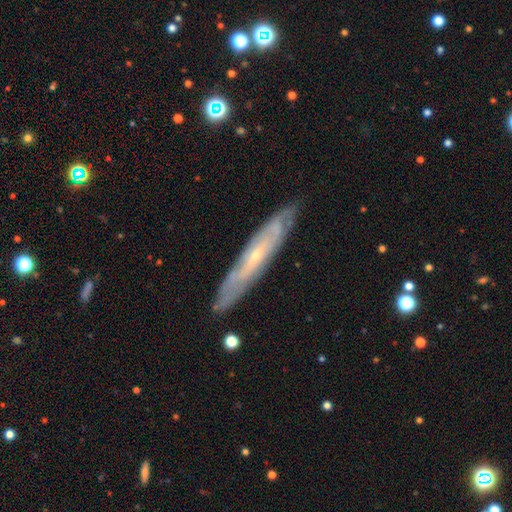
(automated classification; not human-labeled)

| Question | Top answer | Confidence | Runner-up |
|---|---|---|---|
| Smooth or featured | featured or disk | 73% | smooth (21%) |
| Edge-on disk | yes | 54% | no (46%) |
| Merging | none | 84% | minor disturbance (13%) |